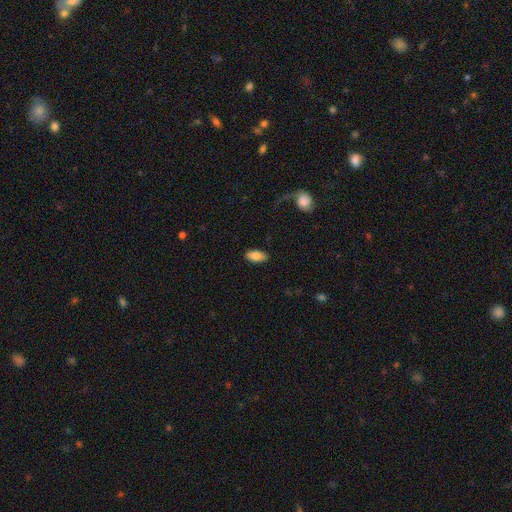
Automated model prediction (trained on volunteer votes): Smooth or featured? smooth (83%)
How rounded? in between (92%)
Merging? none (86%)